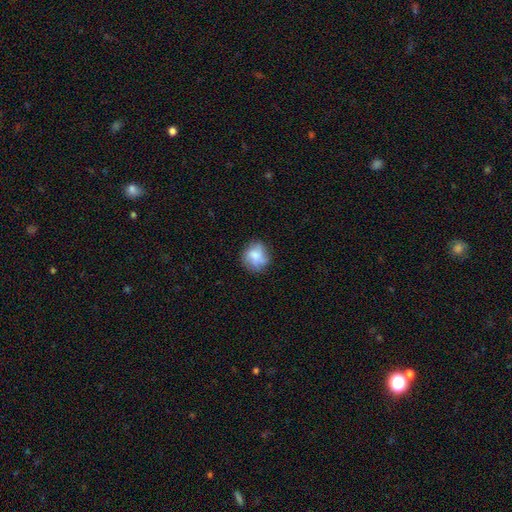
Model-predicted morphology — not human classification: A smooth galaxy with no disk features (73%) that is round (79%).

Vote fractions:
- Smooth or featured? smooth: 73% / featured or disk: 18% / star or artifact: 9%
- How rounded? round: 79% / in between: 20% / cigar-shaped: 1%
- Merging? none: 71% / minor disturbance: 20% / major disturbance: 7% / merger: 2%